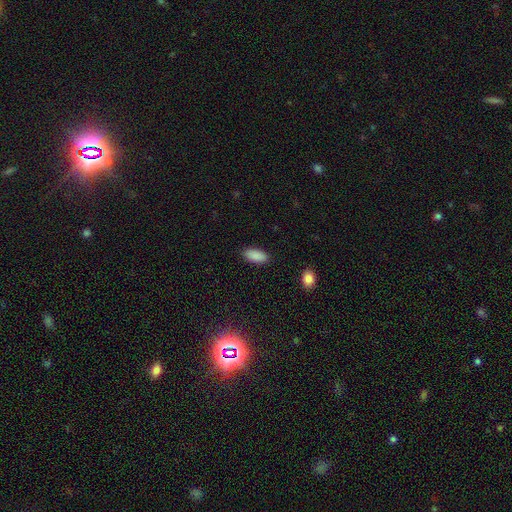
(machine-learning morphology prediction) This appears to be a smooth galaxy with no disk features (89%) that is in between round and cigar-shaped (88%). Merging: none (88%).